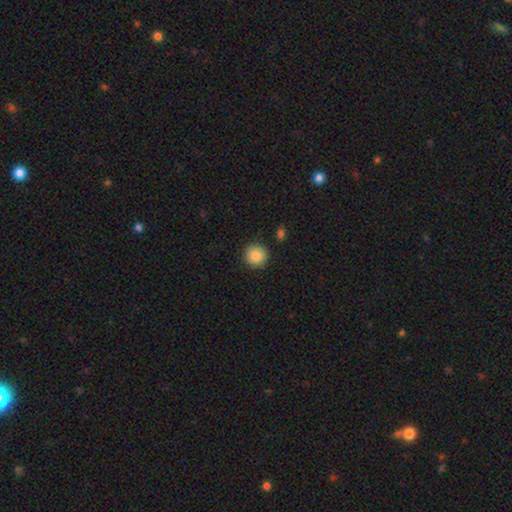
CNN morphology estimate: This appears to be a smooth galaxy with no disk features (88%) that is round (94%). Merging: none (90%).